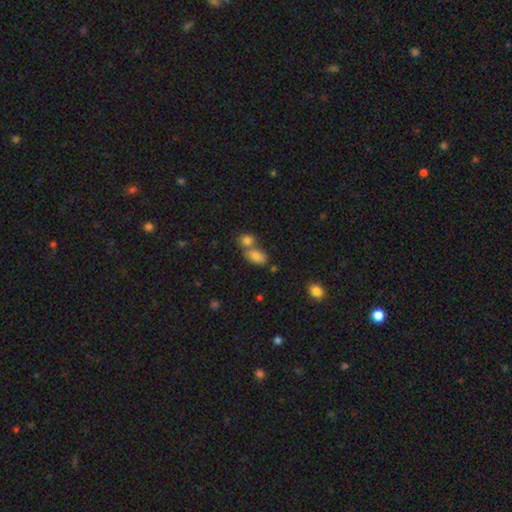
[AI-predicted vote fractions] Smooth or featured?
  - smooth: 79% *
  - featured or disk: 10%
  - star or artifact: 10%
How rounded?
  - in between: 86% *
  - round: 11%
  - cigar-shaped: 2%
Merging?
  - merger: 43% *
  - none: 41%
  - minor disturbance: 12%
  - major disturbance: 4%